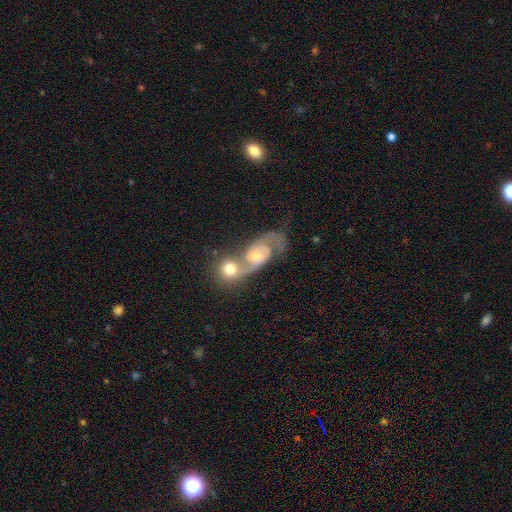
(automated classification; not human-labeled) Q: Smooth or featured?
A: featured or disk (66%); runner-up: smooth (23%)
Q: Edge-on disk?
A: no (92%); runner-up: yes (8%)
Q: Bar?
A: no (68%); runner-up: weak (26%)
Q: Spiral arms?
A: yes (80%); runner-up: no (20%)
Q: Bulge size?
A: moderate (57%); runner-up: small (29%)
Q: Merging?
A: merger (56%); runner-up: none (28%)